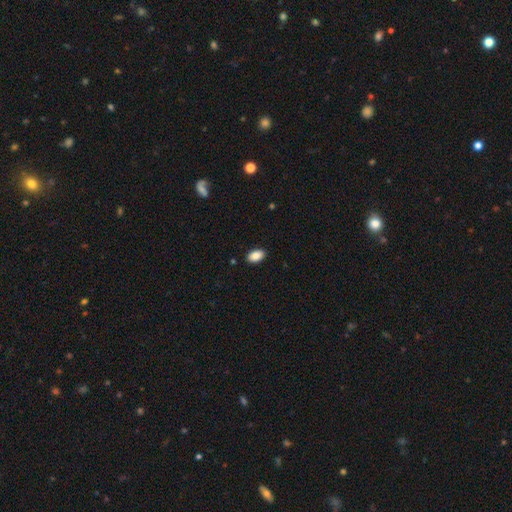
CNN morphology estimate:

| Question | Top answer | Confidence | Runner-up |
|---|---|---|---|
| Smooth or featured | smooth | 88% | star or artifact (7%) |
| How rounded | in between | 92% | round (6%) |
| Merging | none | 90% | minor disturbance (7%) |